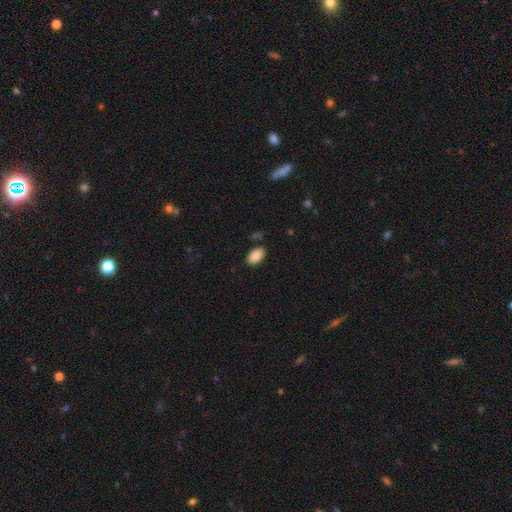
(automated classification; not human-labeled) Smooth or featured: smooth — 87% (star or artifact — 7%)
How rounded: in between — 95% (round — 4%)
Merging: none — 85% (minor disturbance — 10%)